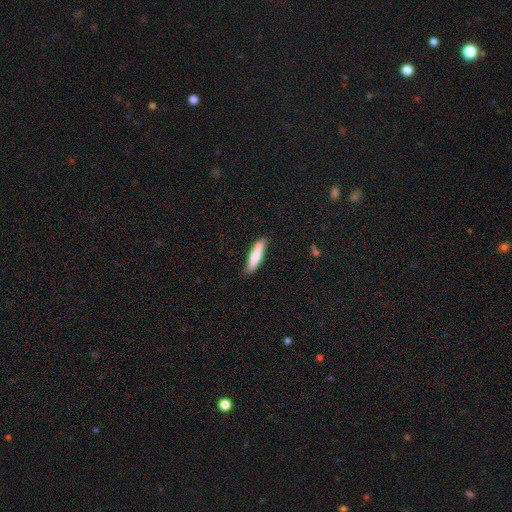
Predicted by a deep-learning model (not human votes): Morphology: type=smooth (78%); roundness=cigar-shaped (79%); merging=none (81%).